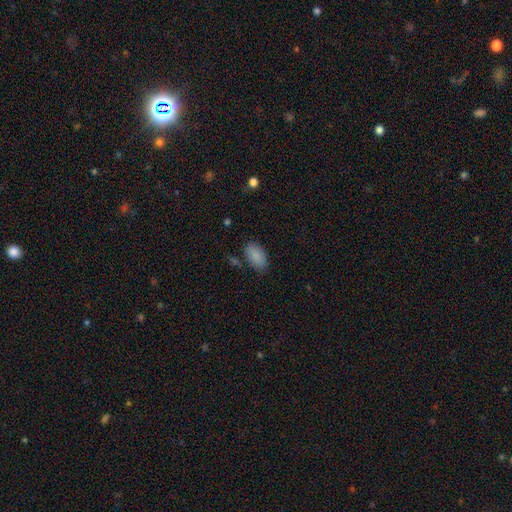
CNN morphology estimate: smooth 88%, star or artifact 7%, featured or disk 5%. Down the decision tree: how rounded — in between (93%); merging — none (78%).